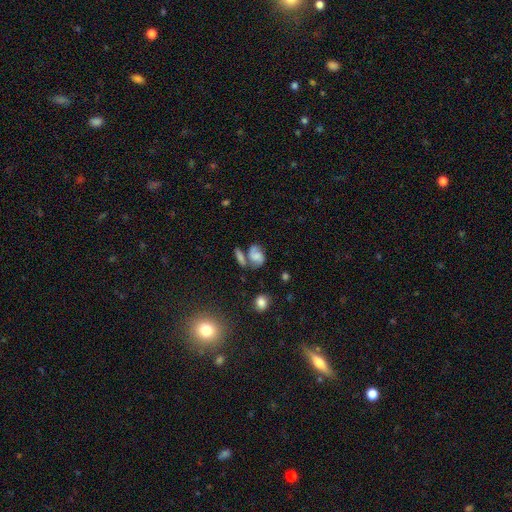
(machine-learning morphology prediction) Smooth or featured? featured or disk (52%)
Edge-on disk? no (96%)
Bar? no (69%)
Spiral arms? yes (83%)
Bulge size? none (34%)
Merging? none (38%)